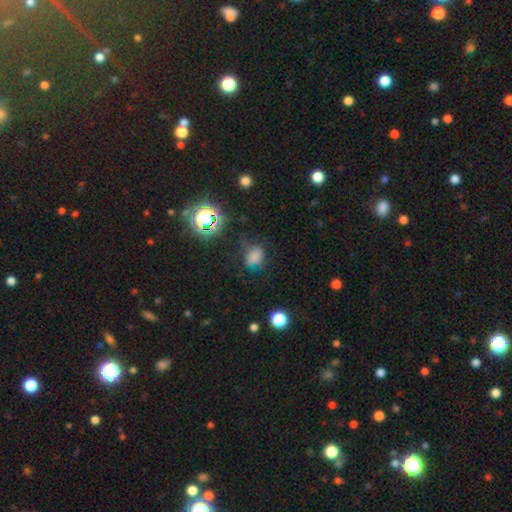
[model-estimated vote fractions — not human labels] The model was most divided on "how rounded": in between: 64%, round: 34%, cigar-shaped: 2%. More confident: smooth or featured — smooth (60%); merging — none (55%).